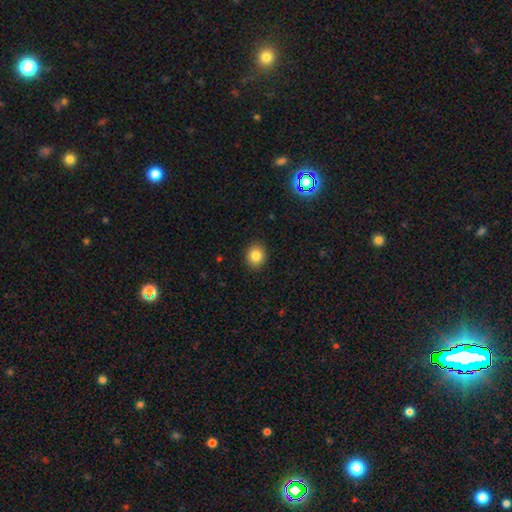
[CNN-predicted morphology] smooth_or_featured: smooth (p=0.83) [alt: star or artifact p=0.10]
how_rounded: round (p=0.77) [alt: in between p=0.23]
merging: none (p=0.91) [alt: minor disturbance p=0.06]